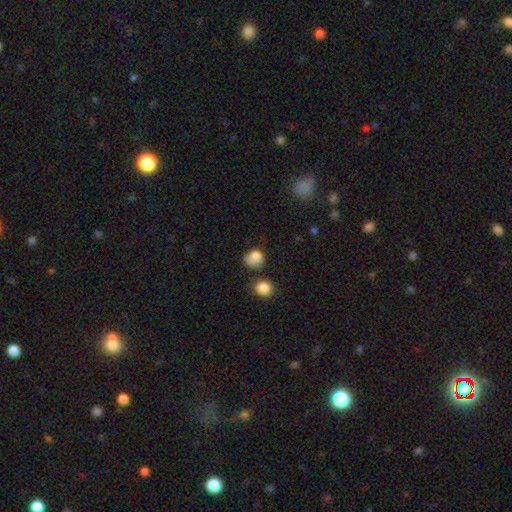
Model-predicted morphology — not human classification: This appears to be a smooth galaxy with no disk features (82%) that is round (64%). Merging: none (47%).